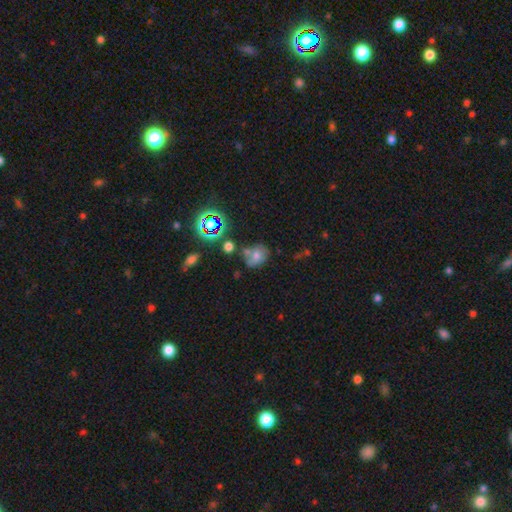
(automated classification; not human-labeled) Smooth or featured?
  - smooth: 58% *
  - star or artifact: 21%
  - featured or disk: 21%
How rounded?
  - round: 50% *
  - in between: 49%
  - cigar-shaped: 1%
Merging?
  - none: 50% *
  - merger: 24%
  - minor disturbance: 19%
  - major disturbance: 7%